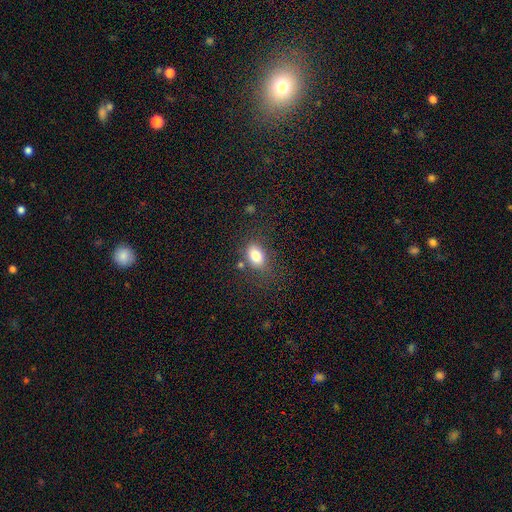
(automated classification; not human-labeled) This appears to be a smooth galaxy with no disk features (81%) that is in between round and cigar-shaped (81%). Merging: none (71%).